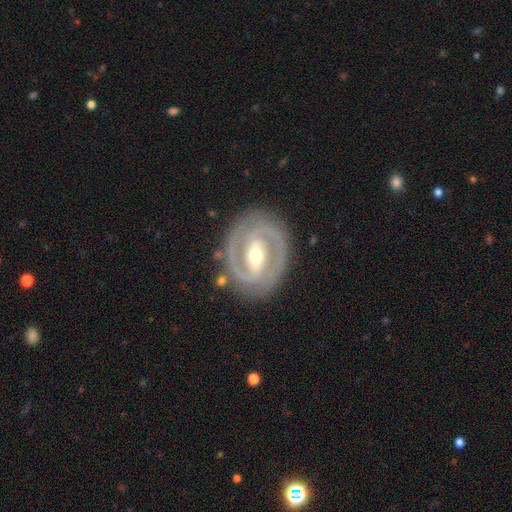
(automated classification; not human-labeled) Morphology: type=featured or disk (89%); edge-on=no (96%); bar=strong (54%); spiral arms=yes (93%); winding=tight (60%); arm count=2 (86%); bulge=moderate (66%); merging=none (83%).